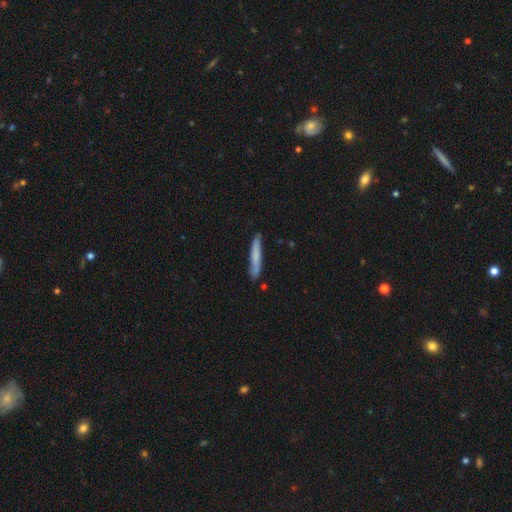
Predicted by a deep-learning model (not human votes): This is likely a smooth galaxy (67%). How rounded: clearly cigar-shaped (94%). Merging: likely none (78%).